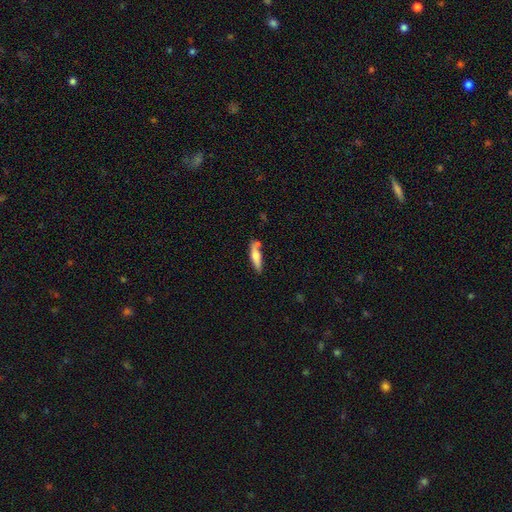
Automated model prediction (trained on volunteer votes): This is possibly a smooth galaxy (60%). How rounded: likely cigar-shaped (72%). Merging: likely none (66%).